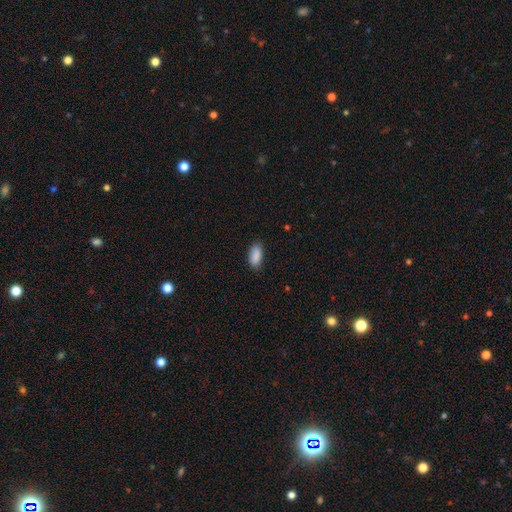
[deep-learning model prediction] This is clearly a smooth galaxy (89%). How rounded: clearly in between (89%). Merging: clearly none (82%).